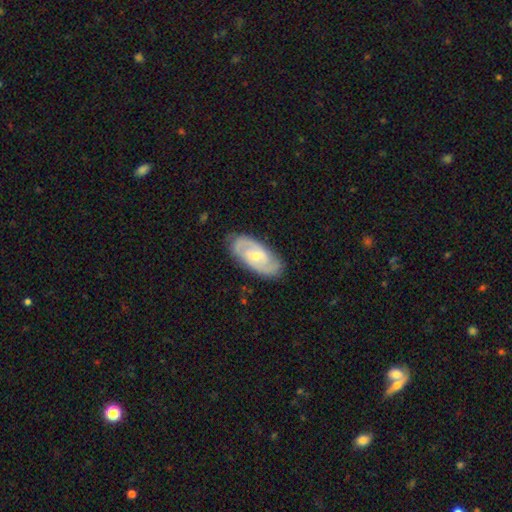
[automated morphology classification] Q: Smooth or featured?
A: featured or disk (79%); runner-up: smooth (16%)
Q: Edge-on disk?
A: no (94%); runner-up: yes (6%)
Q: Bar?
A: weak (45%); runner-up: no (42%)
Q: Spiral arms?
A: yes (93%); runner-up: no (7%)
Q: Spiral winding?
A: tight (48%); runner-up: medium (41%)
Q: Spiral arm count?
A: 2 (81%); runner-up: can't tell (11%)
Q: Bulge size?
A: small (55%); runner-up: moderate (41%)
Q: Merging?
A: none (83%); runner-up: minor disturbance (13%)